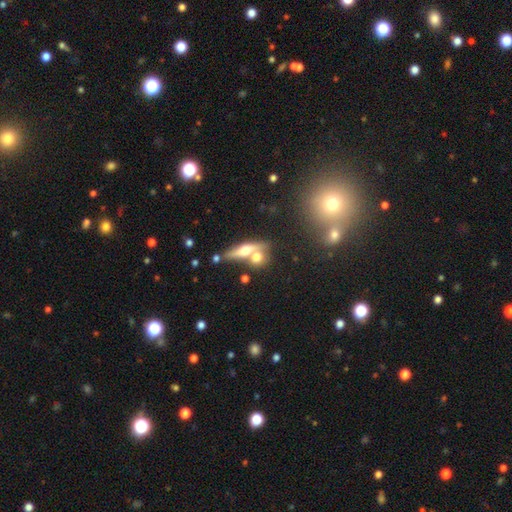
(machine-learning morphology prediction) smooth_or_featured: smooth (p=0.52) [alt: featured or disk p=0.38]
how_rounded: in between (p=0.38) [alt: cigar-shaped p=0.33]
merging: none (p=0.44) [alt: merger p=0.42]